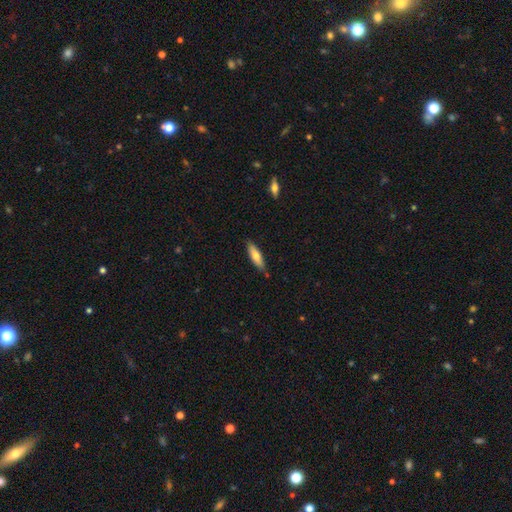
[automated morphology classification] A smooth galaxy with no disk features (69%) that is cigar-shaped (62%). Merging: none (79%).